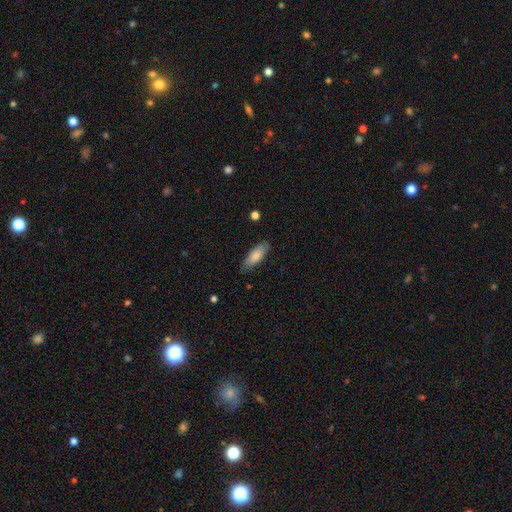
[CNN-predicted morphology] This appears to be a smooth galaxy with no disk features (82%) that is in between round and cigar-shaped (64%). Merging: none (82%).